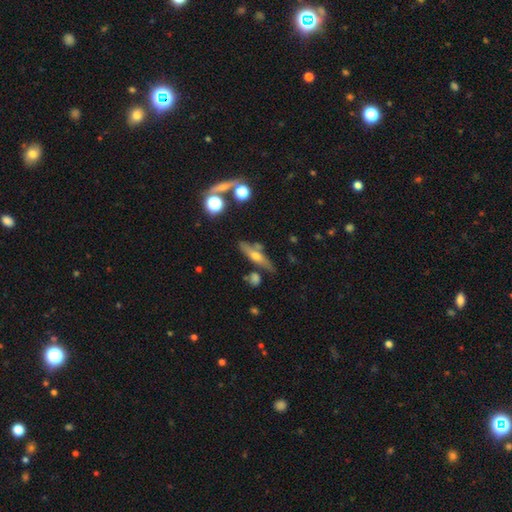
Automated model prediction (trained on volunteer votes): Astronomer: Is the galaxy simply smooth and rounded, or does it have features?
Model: featured or disk — 50% (runner-up: smooth, 41%).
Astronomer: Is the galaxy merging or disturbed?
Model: none — 68%.